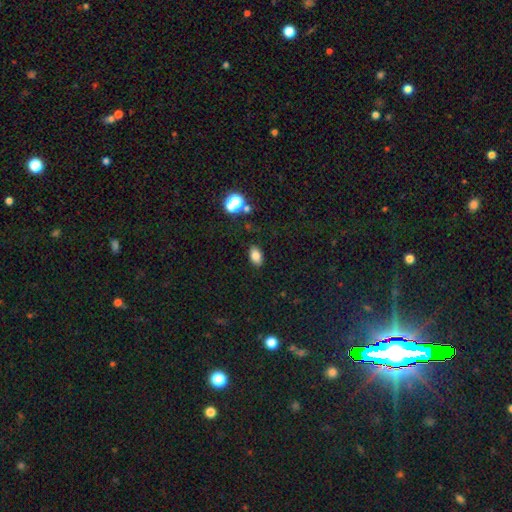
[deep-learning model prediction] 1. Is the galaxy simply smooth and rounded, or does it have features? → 81% smooth, 12% star or artifact, 7% featured or disk.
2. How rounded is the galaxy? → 88% in between, 10% round, 2% cigar-shaped.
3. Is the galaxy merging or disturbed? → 85% none, 11% minor disturbance, 3% major disturbance, 2% merger.